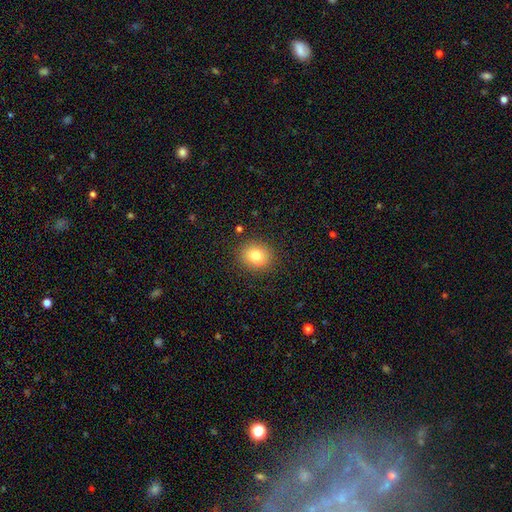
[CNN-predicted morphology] Smooth or featured?
  - smooth: 79% *
  - star or artifact: 11%
  - featured or disk: 10%
How rounded?
  - round: 74% *
  - in between: 25%
  - cigar-shaped: 1%
Merging?
  - none: 88% *
  - minor disturbance: 8%
  - major disturbance: 3%
  - merger: 1%